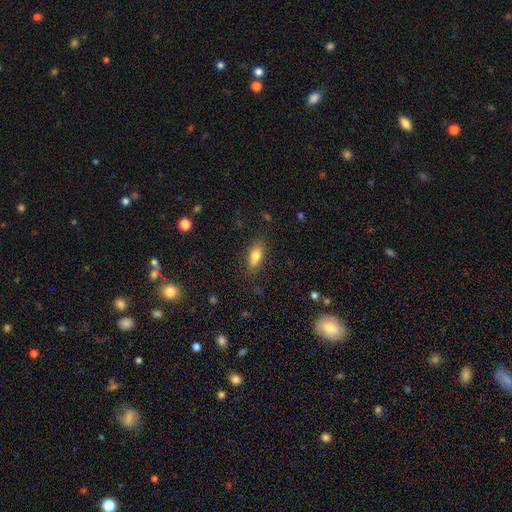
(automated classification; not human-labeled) Smooth or featured?
  - smooth: 74% *
  - featured or disk: 17%
  - star or artifact: 9%
How rounded?
  - in between: 78% *
  - cigar-shaped: 16%
  - round: 6%
Merging?
  - none: 75% *
  - minor disturbance: 16%
  - merger: 4%
  - major disturbance: 4%